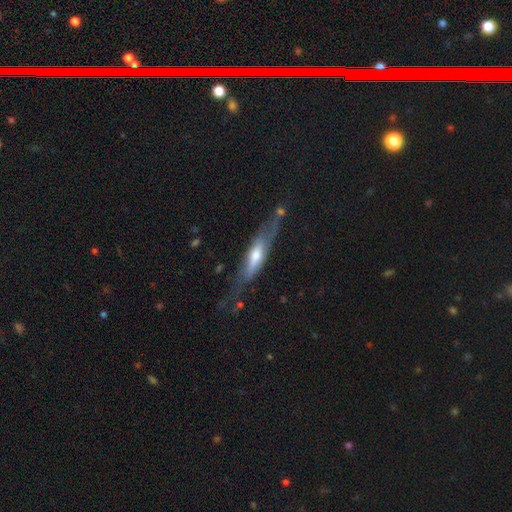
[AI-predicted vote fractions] Smooth or featured: featured or disk — 60% (smooth — 34%)
Edge-on disk: yes — 72% (no — 28%)
Merging: none — 57% (minor disturbance — 25%)